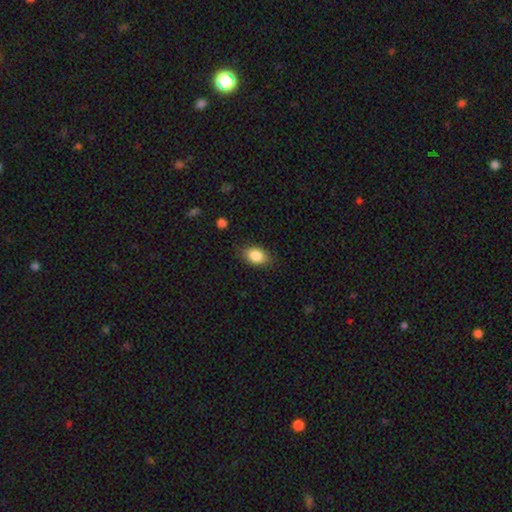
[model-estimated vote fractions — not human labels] Morphology: type=smooth (86%); roundness=in between (84%); merging=none (81%).